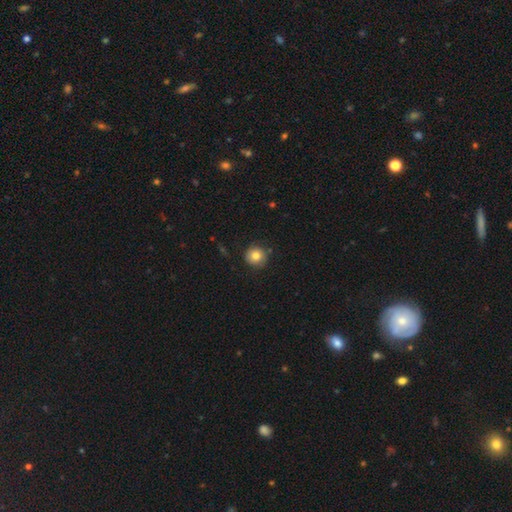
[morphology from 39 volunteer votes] Smooth or featured: smooth — 74% (featured or disk — 15%)
How rounded: round — 100%
Merging: none — 77% (minor disturbance — 14%)